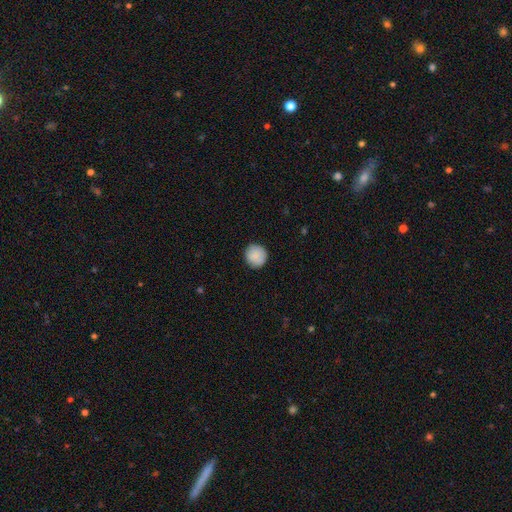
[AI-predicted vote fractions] This is clearly a smooth galaxy (88%). How rounded: clearly round (94%). Merging: clearly none (89%).